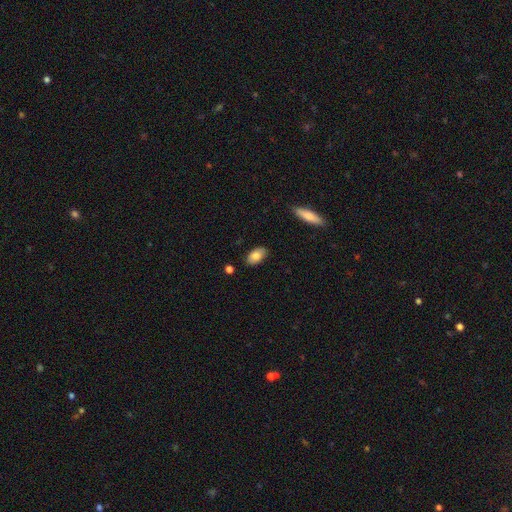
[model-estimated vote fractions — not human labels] smooth-or-featured: smooth: 81% | featured or disk: 12% | star or artifact: 7%
  how-rounded: in between: 93% | round: 4% | cigar-shaped: 3%
  merging: none: 84% | minor disturbance: 13% | major disturbance: 2% | merger: 2%